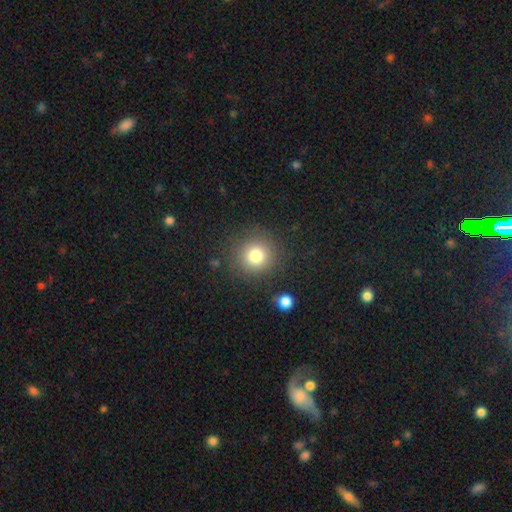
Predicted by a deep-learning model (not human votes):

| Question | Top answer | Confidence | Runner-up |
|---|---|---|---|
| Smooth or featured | smooth | 79% | star or artifact (13%) |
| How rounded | round | 93% | in between (6%) |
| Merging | none | 86% | minor disturbance (8%) |